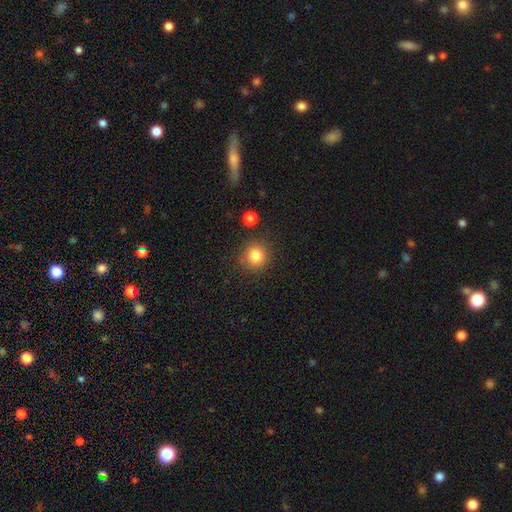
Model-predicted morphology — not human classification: Smooth or featured? smooth (82%)
How rounded? round (90%)
Merging? none (85%)